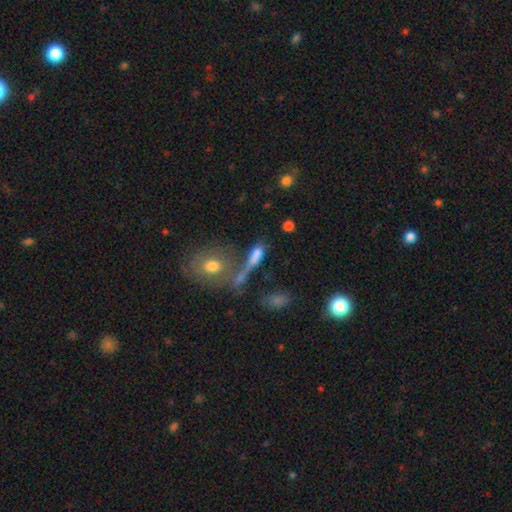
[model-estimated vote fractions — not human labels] A smooth galaxy with no disk features (68%) that is in between round and cigar-shaped (55%). Merging: merger (35%, tied with none).